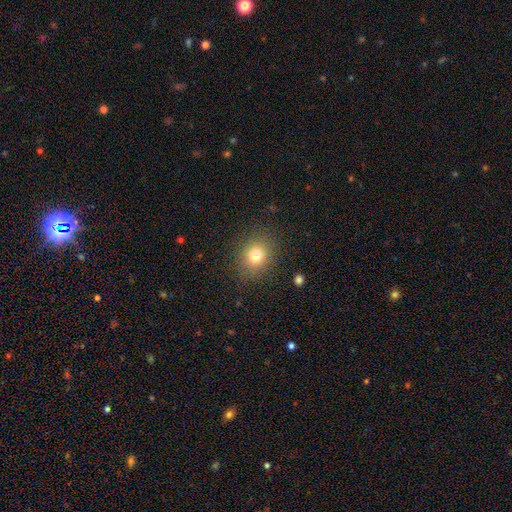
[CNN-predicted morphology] Overall: smooth (78%). How rounded: round (74%). Merging: none (86%).